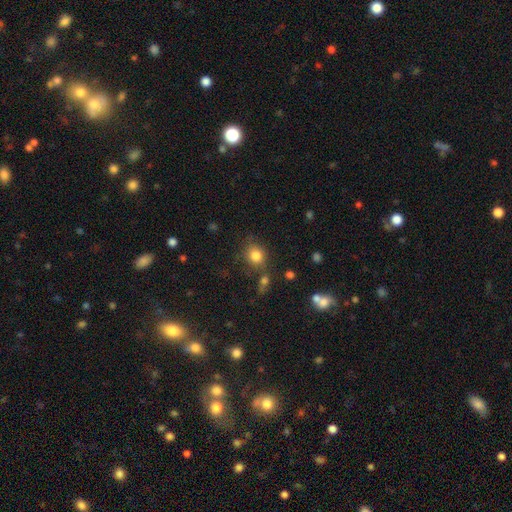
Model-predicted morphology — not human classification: The model was most divided on "how rounded": round: 78%, in between: 21%, cigar-shaped: 1%. More confident: smooth or featured — smooth (82%); merging — none (73%).